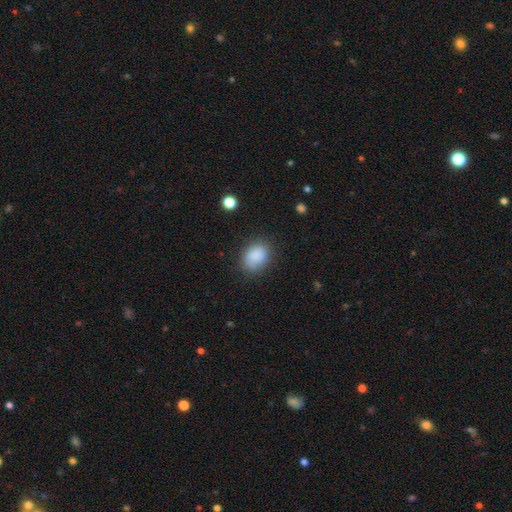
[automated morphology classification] Smooth or featured?
  - smooth: 86% *
  - star or artifact: 8%
  - featured or disk: 5%
How rounded?
  - in between: 62% *
  - round: 37%
  - cigar-shaped: 1%
Merging?
  - none: 76% *
  - minor disturbance: 17%
  - major disturbance: 5%
  - merger: 2%